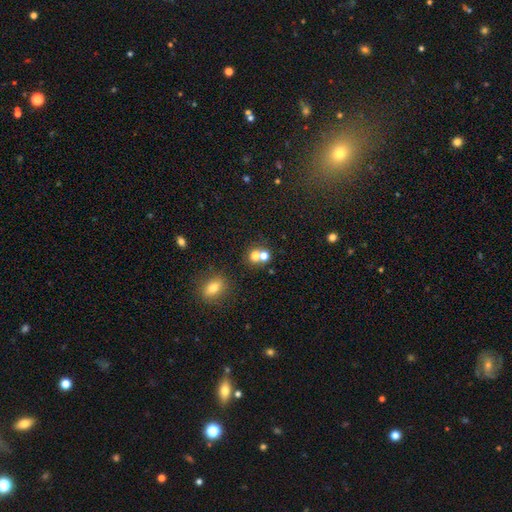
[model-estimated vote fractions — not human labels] smooth 71%, star or artifact 15%, featured or disk 14%. Down the decision tree: how rounded — round (80%); merging — merger (48%).